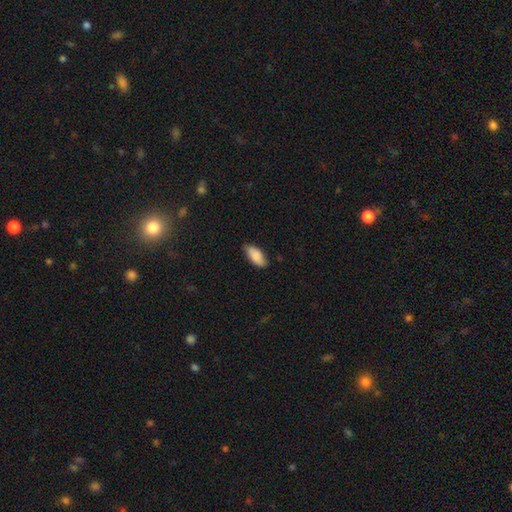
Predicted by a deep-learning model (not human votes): smooth-or-featured: smooth: 84% | featured or disk: 9% | star or artifact: 6%
  how-rounded: in between: 87% | cigar-shaped: 11% | round: 2%
  merging: none: 77% | minor disturbance: 19% | major disturbance: 3% | merger: 1%